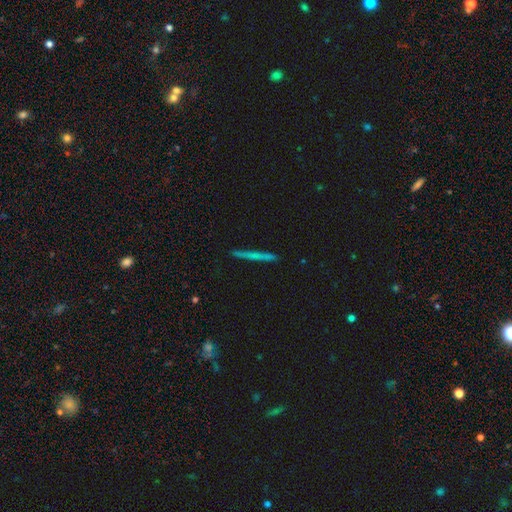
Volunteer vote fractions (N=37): Smooth or featured?
  - smooth: 62% *
  - featured or disk: 35%
  - star or artifact: 3%
How rounded?
  - cigar-shaped: 96% *
  - in between: 4%
  - round: 0%
Merging?
  - none: 94% *
  - minor disturbance: 6%
  - major disturbance: 0%
  - merger: 0%